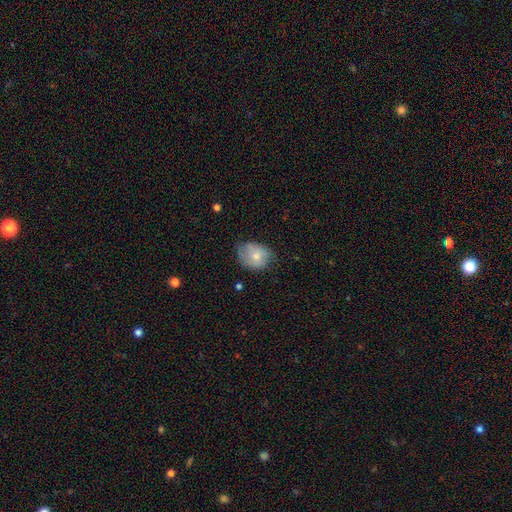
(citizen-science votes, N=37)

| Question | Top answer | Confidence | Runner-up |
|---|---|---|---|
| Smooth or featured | smooth | 68% | featured or disk (24%) |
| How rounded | in between | 52% | round (48%) |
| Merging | none | 50% | minor disturbance (41%) |